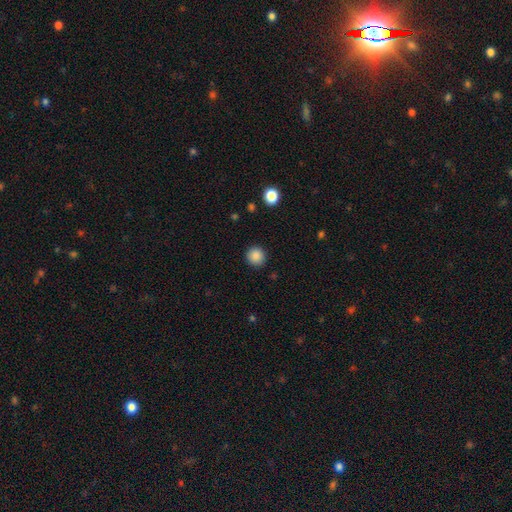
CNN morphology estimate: smooth 87%, star or artifact 9%, featured or disk 3%. Down the decision tree: how rounded — round (94%); merging — none (91%).